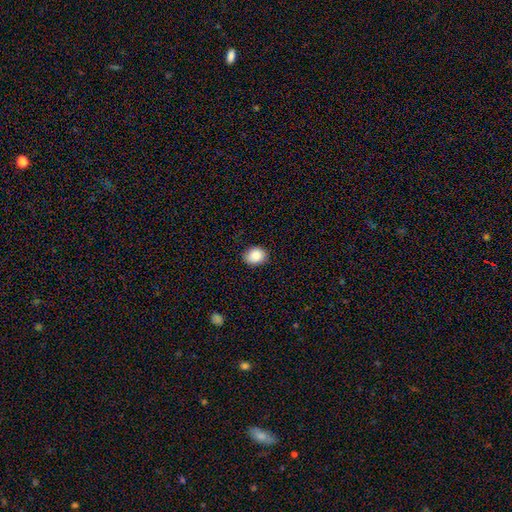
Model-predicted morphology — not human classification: Smooth or featured? smooth (88%)
How rounded? round (52%)
Merging? none (86%)